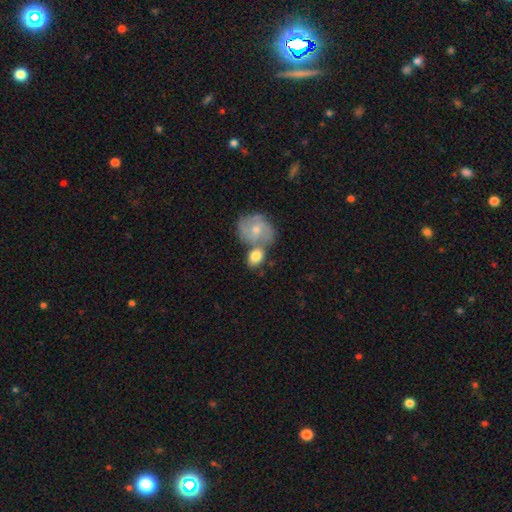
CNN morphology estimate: The model was most divided on "merging": merger: 43%, none: 40%, minor disturbance: 13%, major disturbance: 5%. More confident: smooth or featured — smooth (71%); how rounded — in between (64%).